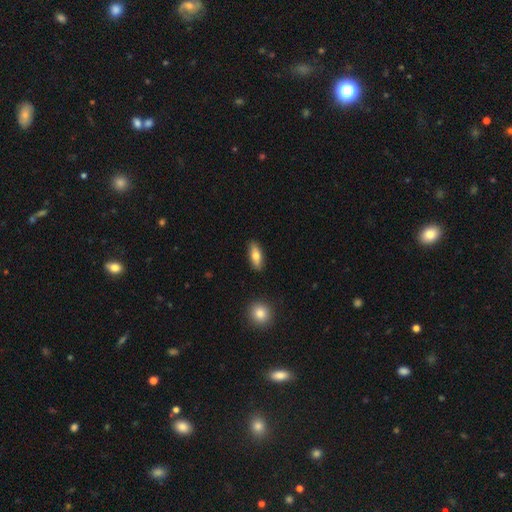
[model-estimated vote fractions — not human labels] This appears to be a smooth galaxy with no disk features (70%) that is in between round and cigar-shaped (68%). Merging: none (88%).